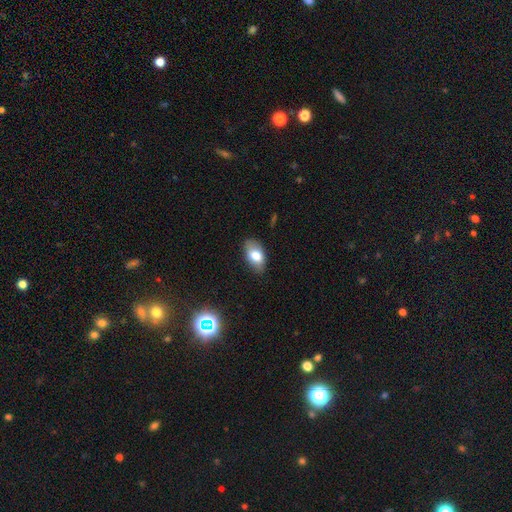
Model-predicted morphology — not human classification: Smooth or featured?
  - smooth: 76% *
  - featured or disk: 16%
  - star or artifact: 8%
How rounded?
  - in between: 91% *
  - round: 7%
  - cigar-shaped: 2%
Merging?
  - none: 80% *
  - minor disturbance: 15%
  - major disturbance: 3%
  - merger: 1%